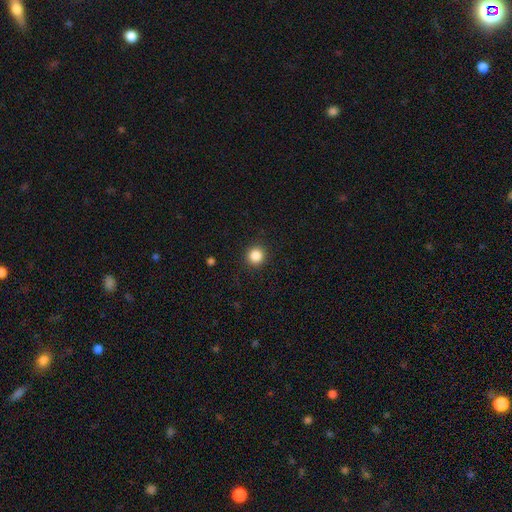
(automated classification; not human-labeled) The model was most divided on "smooth or featured": smooth: 85%, star or artifact: 11%, featured or disk: 4%. More confident: how rounded — round (93%); merging — none (91%).